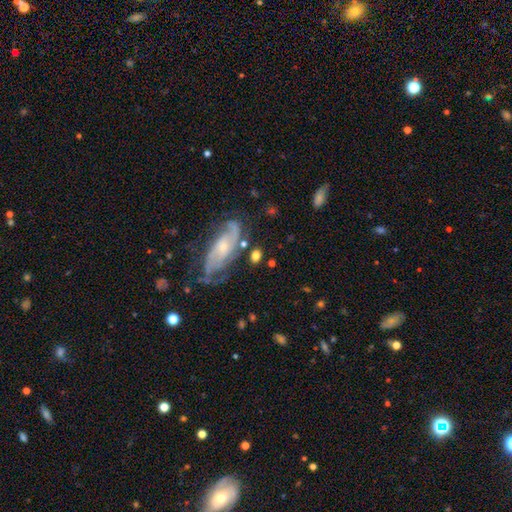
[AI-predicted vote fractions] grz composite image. It shows a featured or disk galaxy (53%). Merging: none (64%).